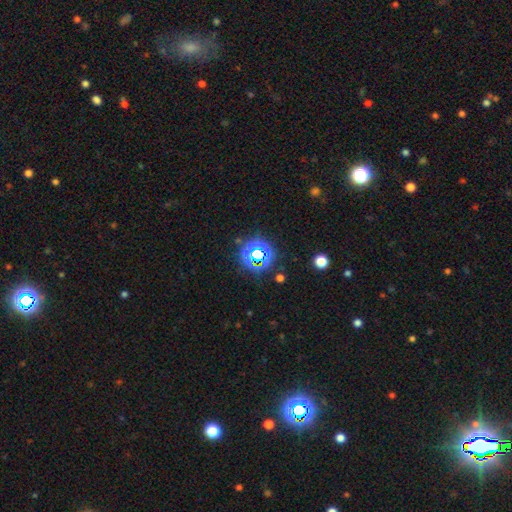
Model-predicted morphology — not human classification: Smooth or featured? Predicted: star or artifact (p=0.68).